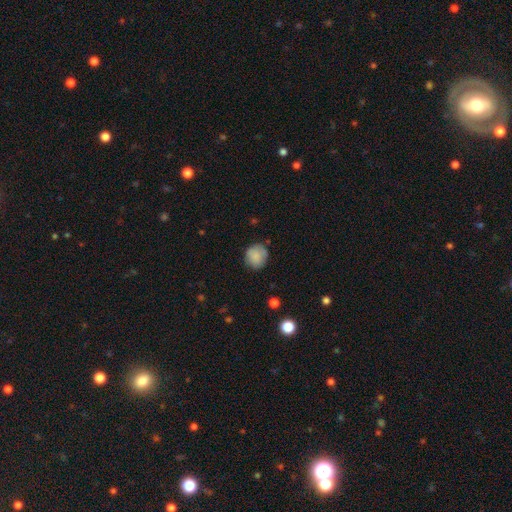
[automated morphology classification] smooth_or_featured: smooth (p=0.83) [alt: featured or disk p=0.09]
how_rounded: round (p=0.83) [alt: in between p=0.17]
merging: none (p=0.77) [alt: minor disturbance p=0.18]